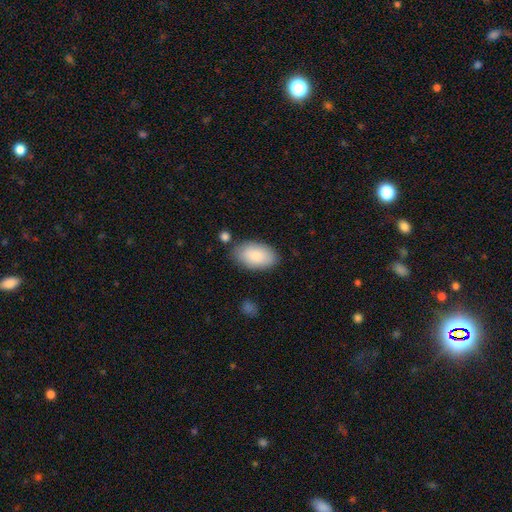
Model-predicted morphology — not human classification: A smooth galaxy with no disk features (86%) that is in between round and cigar-shaped (95%). Merging: none (79%).